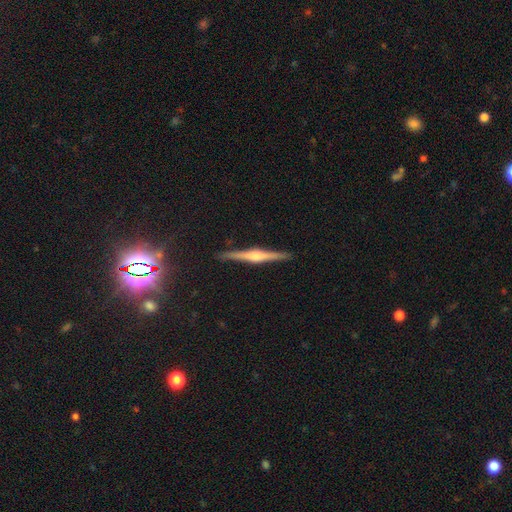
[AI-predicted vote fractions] Smooth or featured: featured or disk — 81% (smooth — 11%)
Edge-on disk: yes — 98% (no — 2%)
Edge-on bulge: rounded — 78% (boxy — 15%)
Merging: none — 91% (minor disturbance — 6%)